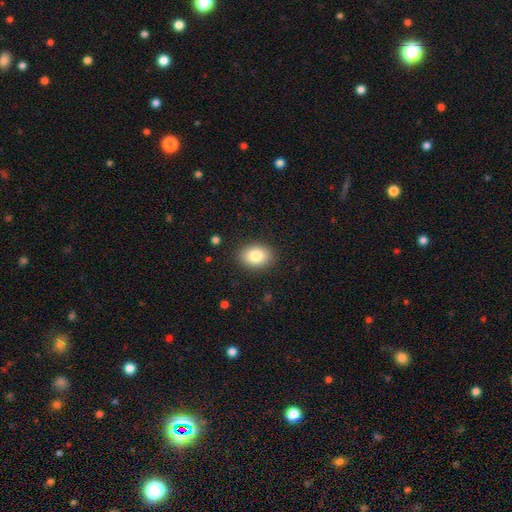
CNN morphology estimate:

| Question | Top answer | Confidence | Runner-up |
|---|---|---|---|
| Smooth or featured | smooth | 84% | featured or disk (8%) |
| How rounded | in between | 69% | round (30%) |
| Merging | none | 88% | minor disturbance (9%) |